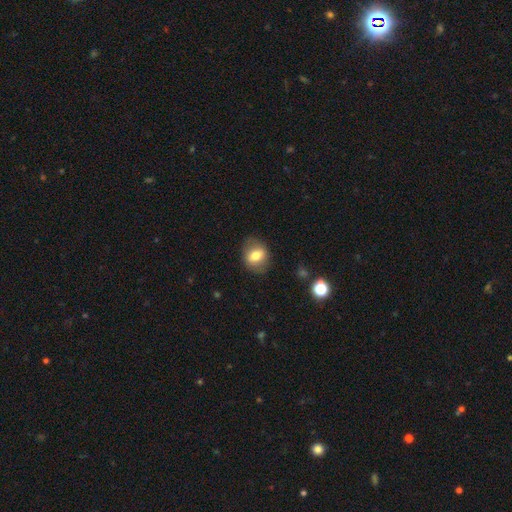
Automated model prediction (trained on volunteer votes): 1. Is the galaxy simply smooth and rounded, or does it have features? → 67% smooth, 24% featured or disk, 9% star or artifact.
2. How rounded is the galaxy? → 52% in between, 47% round, 1% cigar-shaped.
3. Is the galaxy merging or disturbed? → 80% none, 14% minor disturbance, 5% major disturbance, 1% merger.